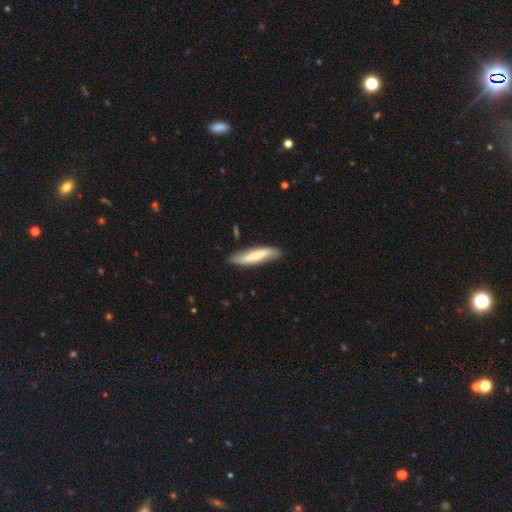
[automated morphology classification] Smooth or featured? Predicted: smooth (p=0.70). How rounded? Predicted: cigar-shaped (p=0.81). Merging? Predicted: none (p=0.79).